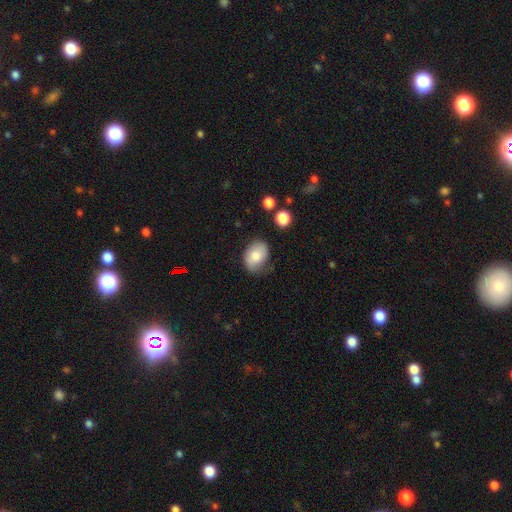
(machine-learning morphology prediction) This appears to be a smooth galaxy with no disk features (75%) that is in between round and cigar-shaped (72%). Merging: none (63%).